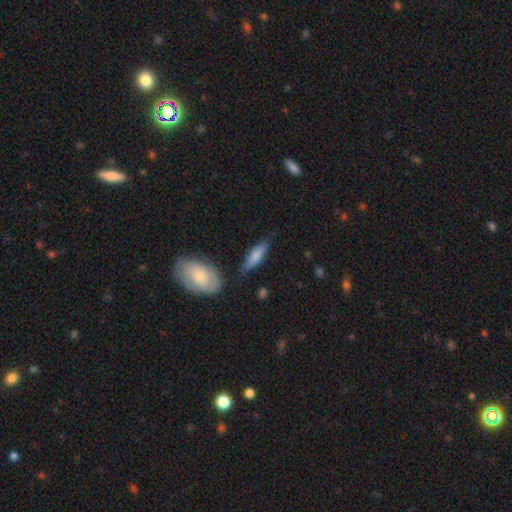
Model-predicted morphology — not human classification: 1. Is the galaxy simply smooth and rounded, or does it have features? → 72% smooth, 22% featured or disk, 6% star or artifact.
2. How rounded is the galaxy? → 58% cigar-shaped, 39% in between, 3% round.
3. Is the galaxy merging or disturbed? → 69% none, 19% minor disturbance, 6% merger, 5% major disturbance.